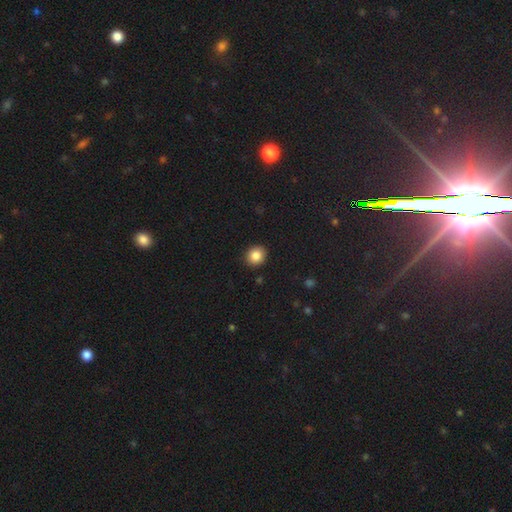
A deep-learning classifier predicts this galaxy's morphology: A smooth galaxy with no disk features (85%) that is round (78%).

Vote fractions:
- Smooth or featured? smooth: 85% / star or artifact: 10% / featured or disk: 5%
- How rounded? round: 78% / in between: 21% / cigar-shaped: 1%
- Merging? none: 91% / minor disturbance: 6% / major disturbance: 2% / merger: 1%